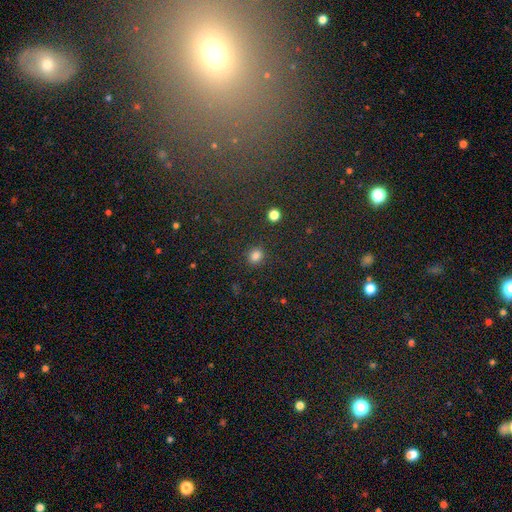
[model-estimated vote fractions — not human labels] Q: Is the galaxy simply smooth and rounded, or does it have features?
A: smooth — 82%.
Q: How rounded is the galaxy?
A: round — 65%.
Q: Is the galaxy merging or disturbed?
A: none — 88%.